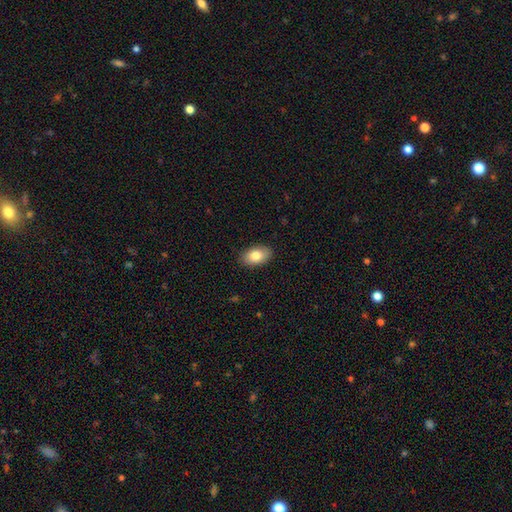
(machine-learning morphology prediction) This appears to be a smooth galaxy with no disk features (82%) that is in between round and cigar-shaped (92%). Merging: none (89%).